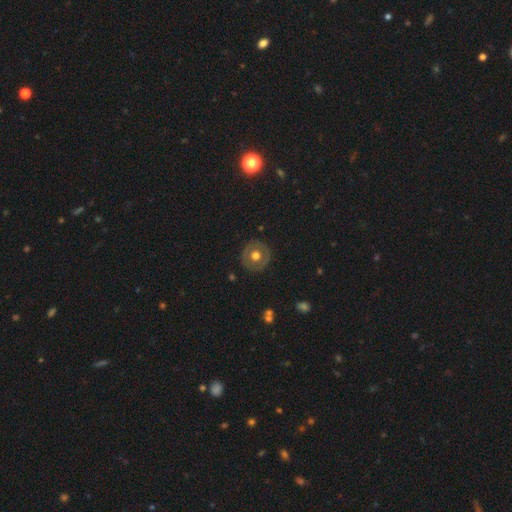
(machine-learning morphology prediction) Smooth or featured: smooth — 48% (featured or disk — 45%)
Merging: none — 86% (minor disturbance — 9%)